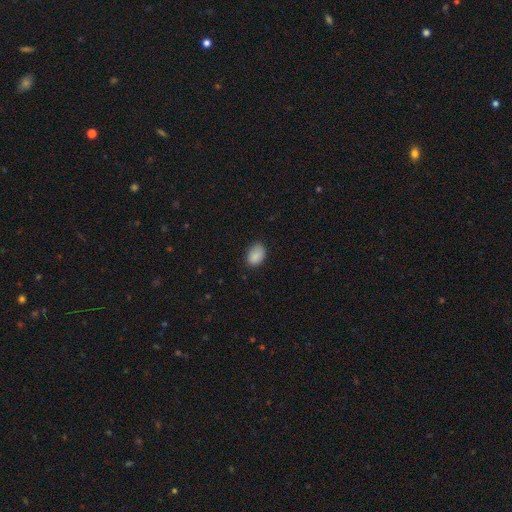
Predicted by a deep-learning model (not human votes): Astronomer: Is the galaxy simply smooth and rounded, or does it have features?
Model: smooth — 88%.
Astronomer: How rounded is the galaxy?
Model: in between — 83%.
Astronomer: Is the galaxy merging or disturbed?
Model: none — 75%.